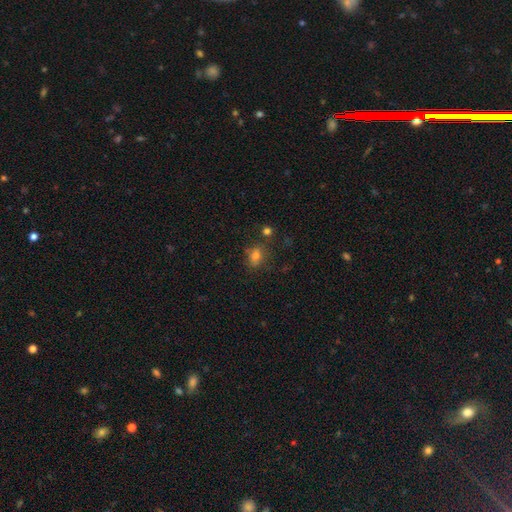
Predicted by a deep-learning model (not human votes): Q: Smooth or featured?
A: smooth (67%); runner-up: star or artifact (21%)
Q: How rounded?
A: in between (57%); runner-up: round (41%)
Q: Merging?
A: none (69%); runner-up: minor disturbance (16%)